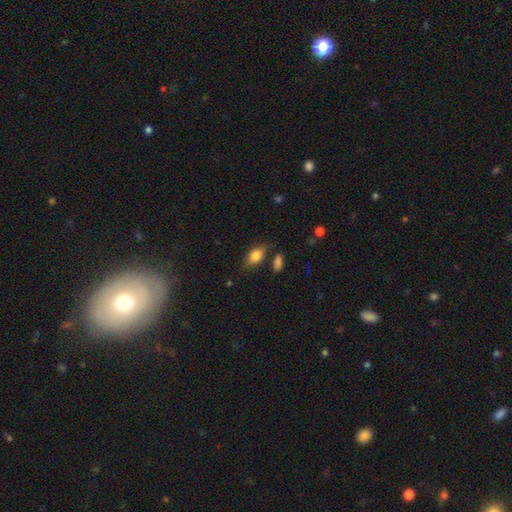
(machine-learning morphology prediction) Overall: smooth (78%). How rounded: in between (83%). Merging: none (71%).